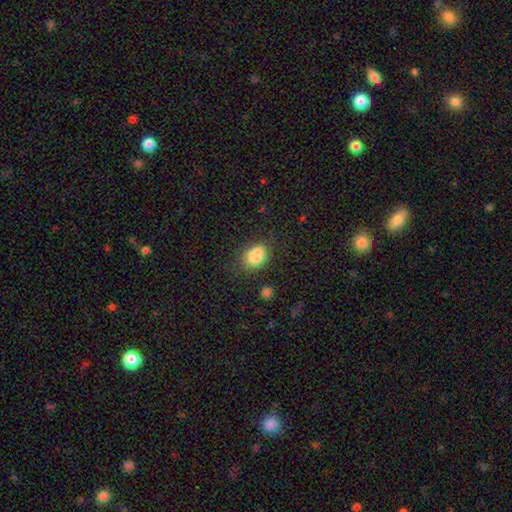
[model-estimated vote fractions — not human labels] Morphology: type=smooth (83%); roundness=in between (71%); merging=none (66%).